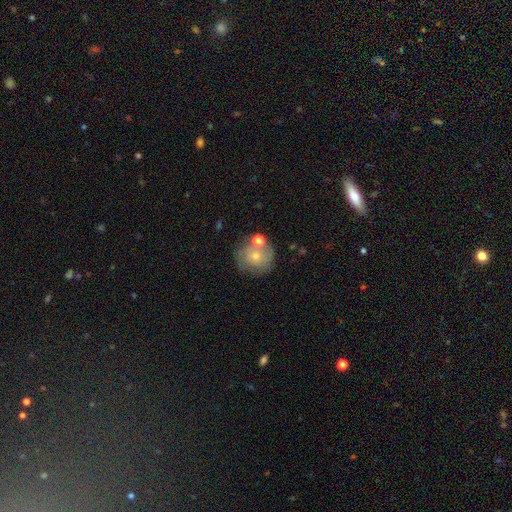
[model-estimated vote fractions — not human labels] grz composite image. It shows a smooth galaxy with no disk features (66%) that is round (90%). Merging: none (59%).